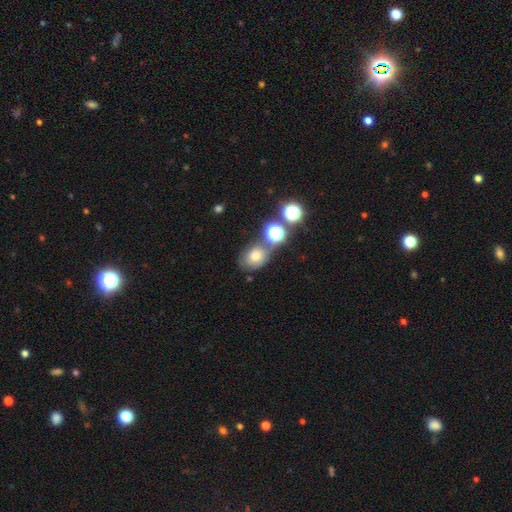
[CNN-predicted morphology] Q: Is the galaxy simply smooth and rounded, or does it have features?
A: smooth — 64%.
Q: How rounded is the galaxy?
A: in between — 52%.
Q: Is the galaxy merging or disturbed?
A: none — 56%.